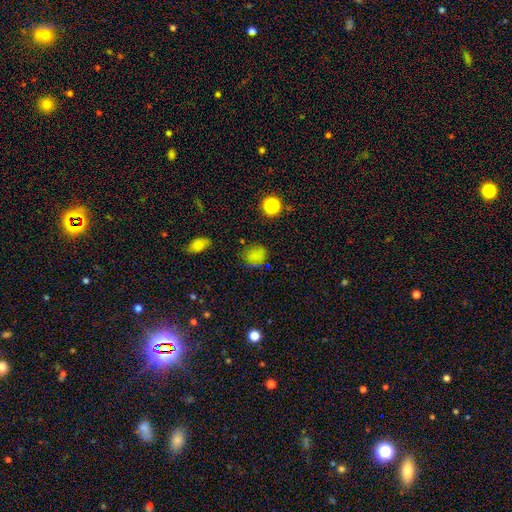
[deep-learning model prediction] The model was most divided on "how rounded": round: 70%, in between: 29%, cigar-shaped: 1%. More confident: smooth or featured — smooth (75%); merging — none (71%).